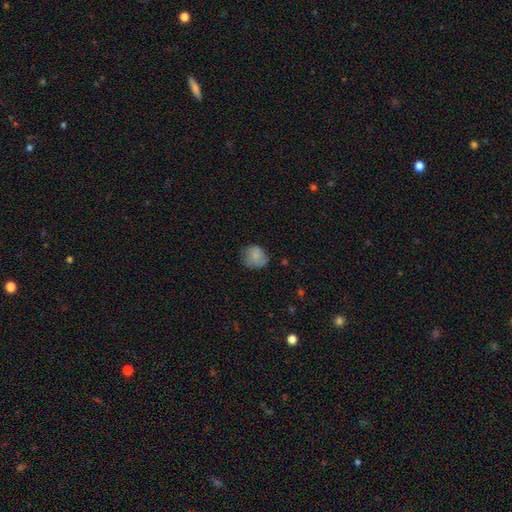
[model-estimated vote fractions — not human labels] smooth-or-featured: smooth: 79% | featured or disk: 13% | star or artifact: 8%
  how-rounded: round: 77% | in between: 22% | cigar-shaped: 1%
  merging: none: 65% | minor disturbance: 26% | major disturbance: 7% | merger: 1%